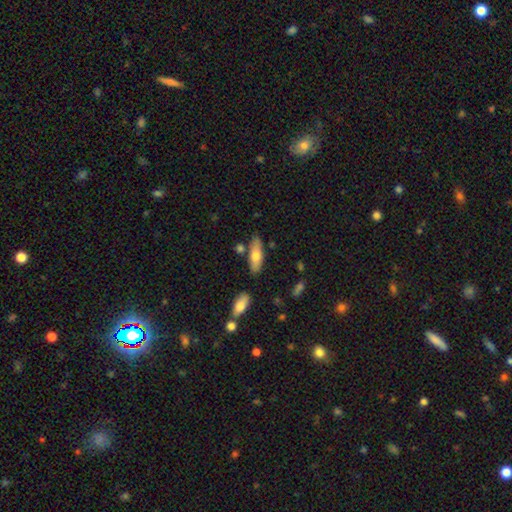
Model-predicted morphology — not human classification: smooth_or_featured: smooth (p=0.70) [alt: featured or disk p=0.24]
how_rounded: in between (p=0.53) [alt: cigar-shaped p=0.45]
merging: none (p=0.76) [alt: minor disturbance p=0.14]